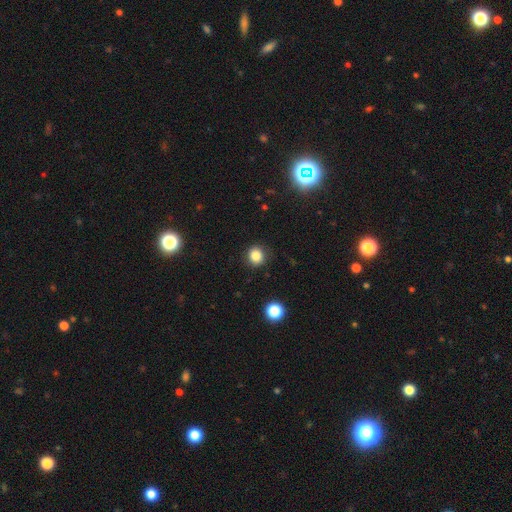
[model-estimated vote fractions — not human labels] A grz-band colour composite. It shows a smooth galaxy with no disk features (84%) that is round (83%). Merging: none (88%).